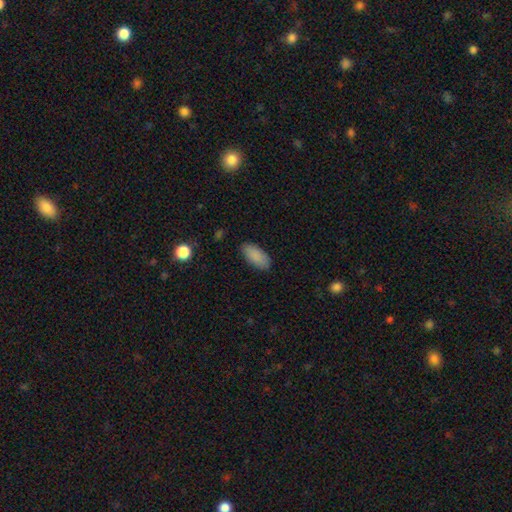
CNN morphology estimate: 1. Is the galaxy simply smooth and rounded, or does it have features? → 88% smooth, 7% star or artifact, 6% featured or disk.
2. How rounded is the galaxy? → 91% in between, 7% cigar-shaped, 2% round.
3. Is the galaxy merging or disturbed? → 84% none, 12% minor disturbance, 3% major disturbance, 1% merger.